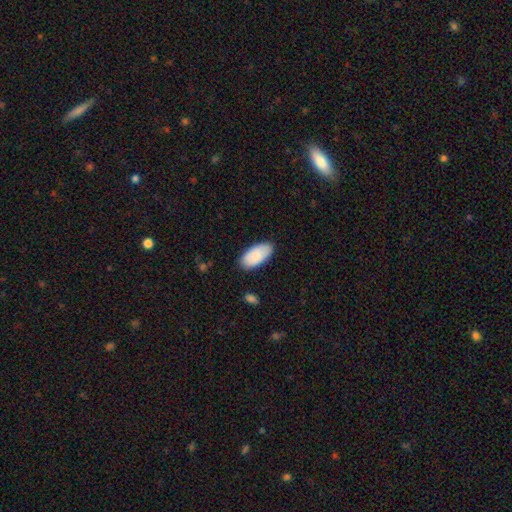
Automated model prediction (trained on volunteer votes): smooth-or-featured: smooth: 88% | featured or disk: 6% | star or artifact: 5%
  how-rounded: in between: 95% | cigar-shaped: 3% | round: 2%
  merging: none: 85% | minor disturbance: 11% | major disturbance: 2% | merger: 1%